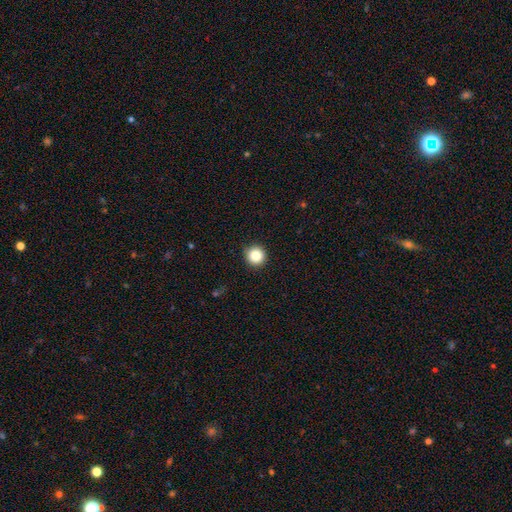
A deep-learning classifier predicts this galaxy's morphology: smooth_or_featured: smooth (p=0.85) [alt: star or artifact p=0.10]
how_rounded: round (p=0.95) [alt: in between p=0.04]
merging: none (p=0.91) [alt: minor disturbance p=0.06]